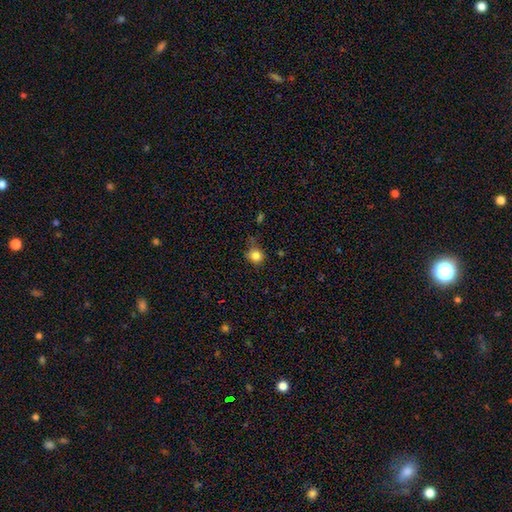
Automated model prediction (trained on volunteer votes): smooth 83%, star or artifact 12%, featured or disk 5%. Down the decision tree: how rounded — round (85%); merging — none (71%).